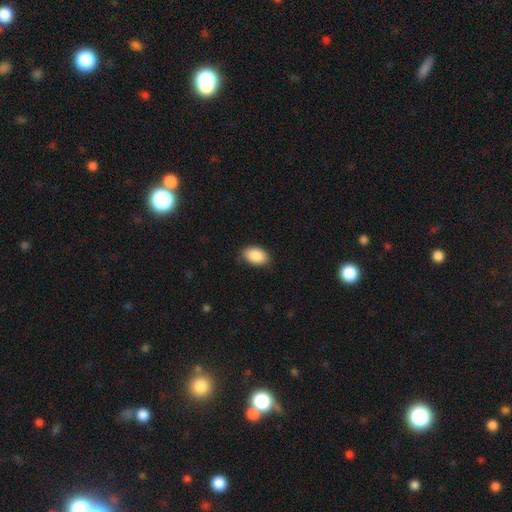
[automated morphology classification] This is clearly a smooth galaxy (89%). How rounded: clearly in between (92%). Merging: likely none (80%).